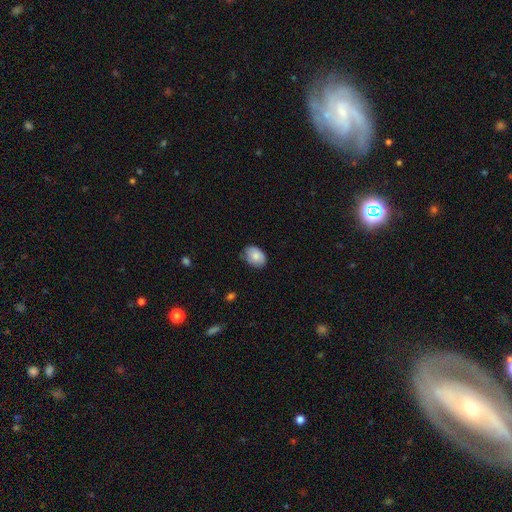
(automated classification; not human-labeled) Q: Smooth or featured?
A: smooth (82%); runner-up: featured or disk (11%)
Q: How rounded?
A: in between (81%); runner-up: round (18%)
Q: Merging?
A: none (68%); runner-up: minor disturbance (26%)